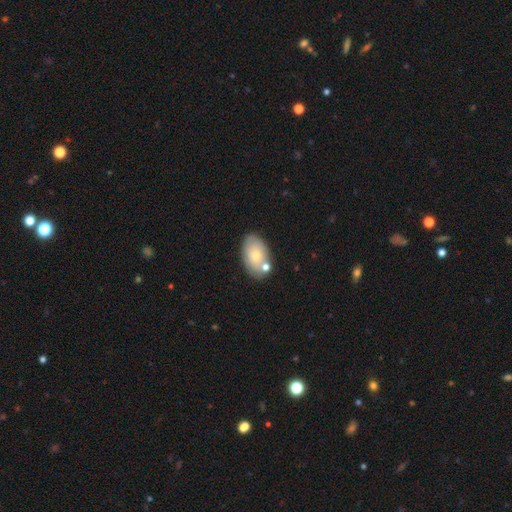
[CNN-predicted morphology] smooth_or_featured: smooth (p=0.70) [alt: featured or disk p=0.23]
how_rounded: in between (p=0.91) [alt: round p=0.08]
merging: none (p=0.67) [alt: minor disturbance p=0.16]